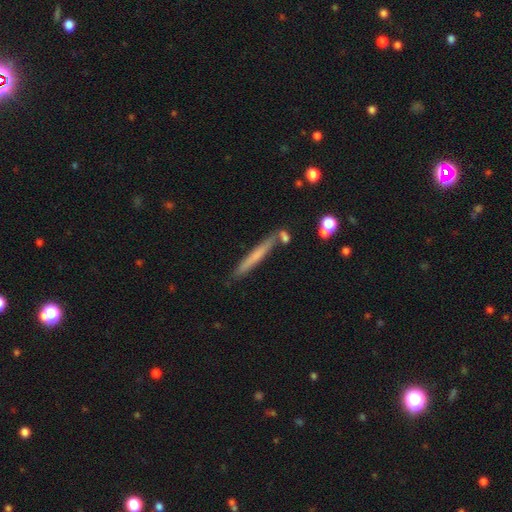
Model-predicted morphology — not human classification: Smooth or featured? smooth (53%)
How rounded? cigar-shaped (96%)
Merging? none (81%)